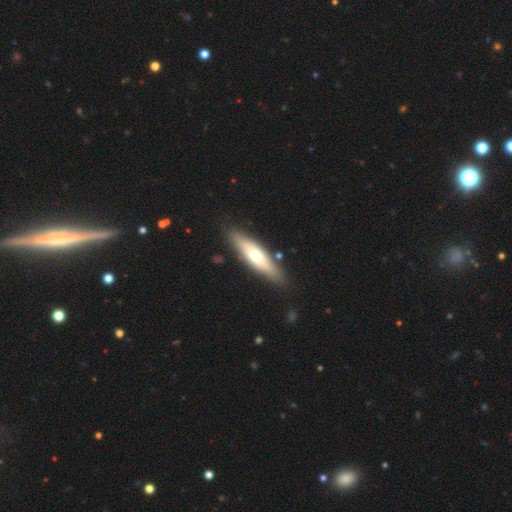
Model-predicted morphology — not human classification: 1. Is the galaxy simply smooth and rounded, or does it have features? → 52% smooth, 42% featured or disk, 5% star or artifact.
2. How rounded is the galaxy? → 69% cigar-shaped, 29% in between, 2% round.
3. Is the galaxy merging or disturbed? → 85% none, 10% minor disturbance, 3% merger, 2% major disturbance.